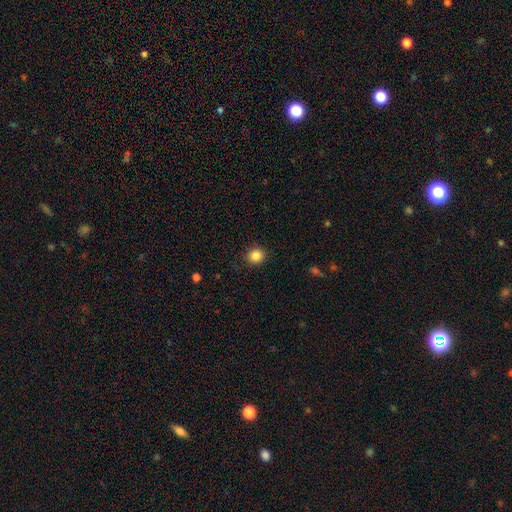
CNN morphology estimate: This appears to be a smooth galaxy with no disk features (85%) that is round (88%). Merging: none (91%).